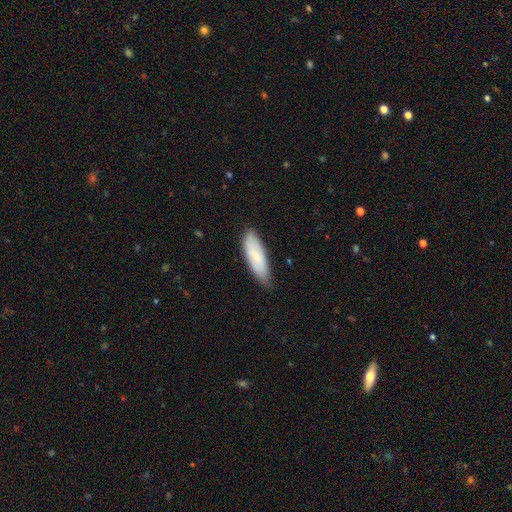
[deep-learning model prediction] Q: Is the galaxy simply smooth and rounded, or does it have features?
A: smooth — 73%.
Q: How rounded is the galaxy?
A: in between — 57%.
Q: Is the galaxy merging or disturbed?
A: none — 72%.